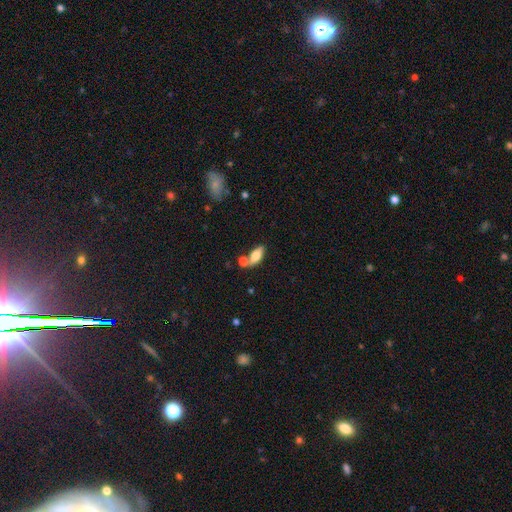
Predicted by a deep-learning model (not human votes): The model was most divided on "merging": none: 61%, merger: 22%, minor disturbance: 13%, major disturbance: 4%. More confident: how rounded — in between (78%); smooth or featured — smooth (68%).